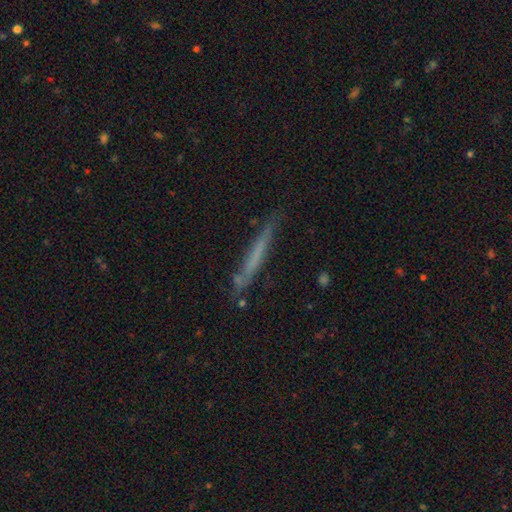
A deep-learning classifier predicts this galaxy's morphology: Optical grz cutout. It shows a smooth galaxy with no disk features (49%). Merging: none (74%).